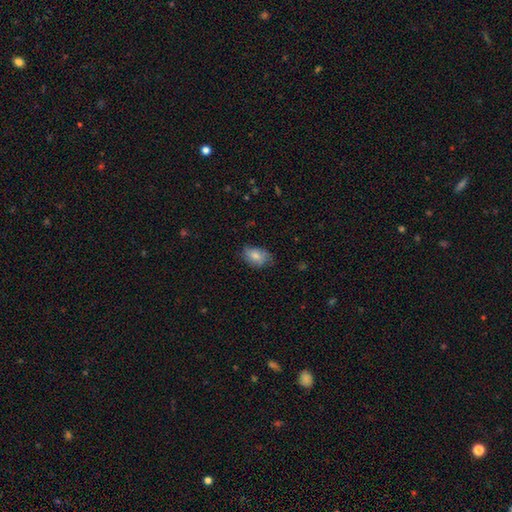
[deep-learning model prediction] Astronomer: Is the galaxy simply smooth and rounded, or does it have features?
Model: smooth — 78%.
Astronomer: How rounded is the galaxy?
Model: in between — 86%.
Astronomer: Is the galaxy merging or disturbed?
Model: none — 65%.